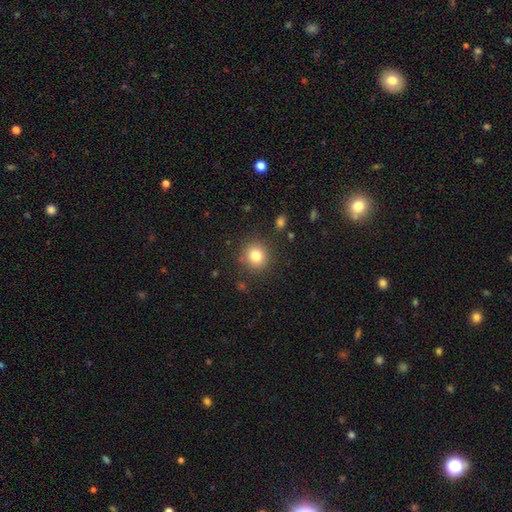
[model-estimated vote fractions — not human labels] Morphology: type=smooth (81%); roundness=round (90%); merging=none (87%).